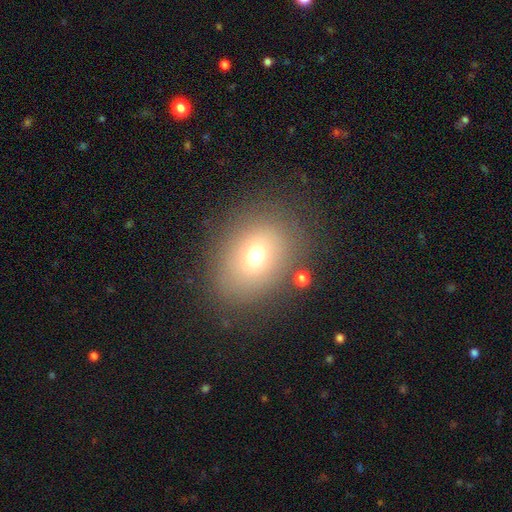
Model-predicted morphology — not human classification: Smooth or featured?
  - smooth: 70% *
  - star or artifact: 16%
  - featured or disk: 15%
How rounded?
  - in between: 51% *
  - round: 48%
  - cigar-shaped: 1%
Merging?
  - none: 79% *
  - minor disturbance: 12%
  - major disturbance: 6%
  - merger: 3%